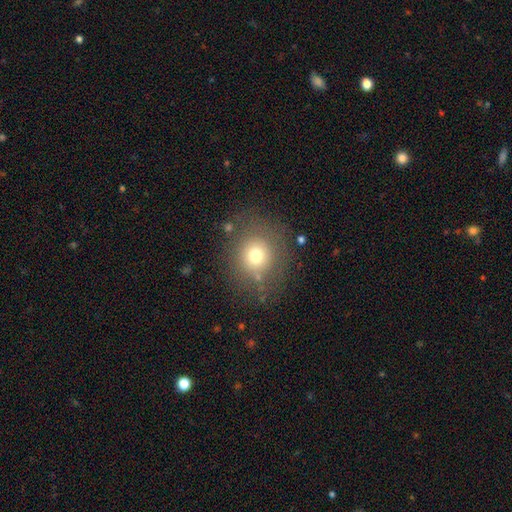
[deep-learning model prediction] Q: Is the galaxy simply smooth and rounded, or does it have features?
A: smooth — 71%.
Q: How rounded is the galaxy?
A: round — 86%.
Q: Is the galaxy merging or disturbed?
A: none — 78%.